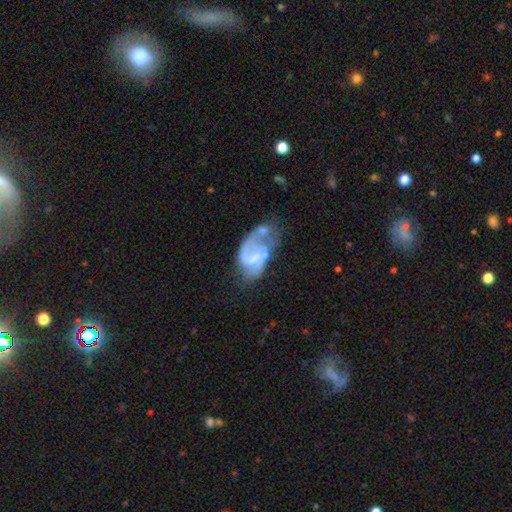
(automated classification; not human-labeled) Smooth or featured: featured or disk — 73% (smooth — 20%)
Edge-on disk: no — 98% (yes — 2%)
Bar: weak — 48% (no — 37%)
Spiral arms: yes — 76% (no — 24%)
Spiral winding: loose — 43% (medium — 41%)
Spiral arm count: 2 — 61% (1 — 22%)
Bulge size: none — 39% (tied with small — 39%)
Merging: major disturbance — 32% (none — 29%)